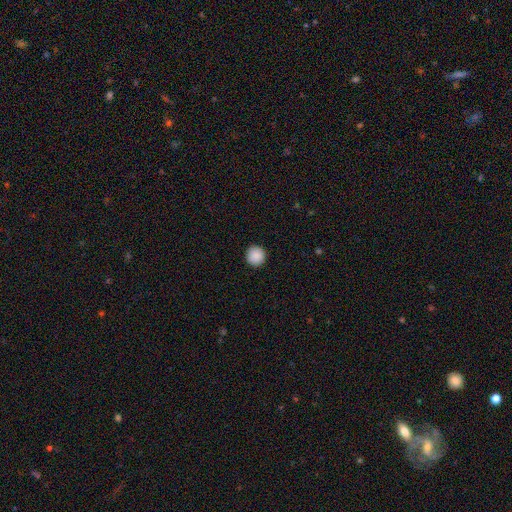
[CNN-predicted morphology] Smooth or featured?
  - smooth: 89% *
  - star or artifact: 8%
  - featured or disk: 3%
How rounded?
  - round: 95% *
  - in between: 4%
  - cigar-shaped: 1%
Merging?
  - none: 93% *
  - minor disturbance: 5%
  - major disturbance: 2%
  - merger: 1%